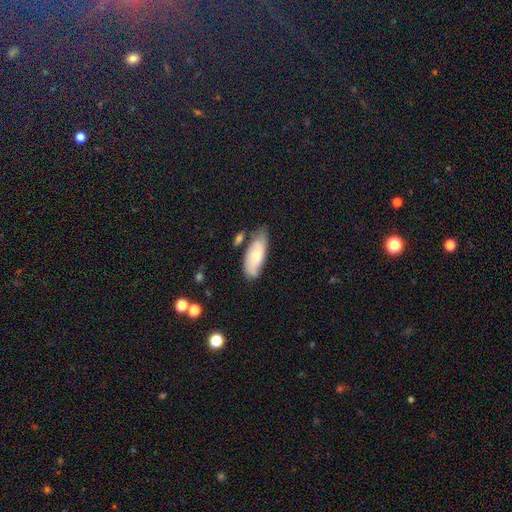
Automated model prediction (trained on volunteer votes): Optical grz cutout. It shows a smooth galaxy with no disk features (66%) that is in between round and cigar-shaped (79%). Merging: none (58%).